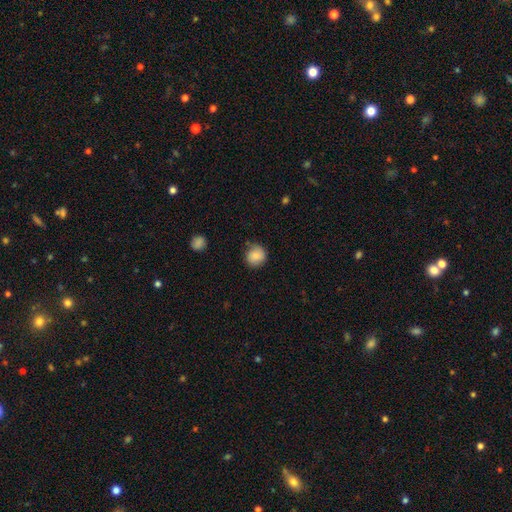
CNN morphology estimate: Q: Smooth or featured?
A: smooth (85%); runner-up: star or artifact (8%)
Q: How rounded?
A: round (88%); runner-up: in between (11%)
Q: Merging?
A: none (79%); runner-up: minor disturbance (16%)